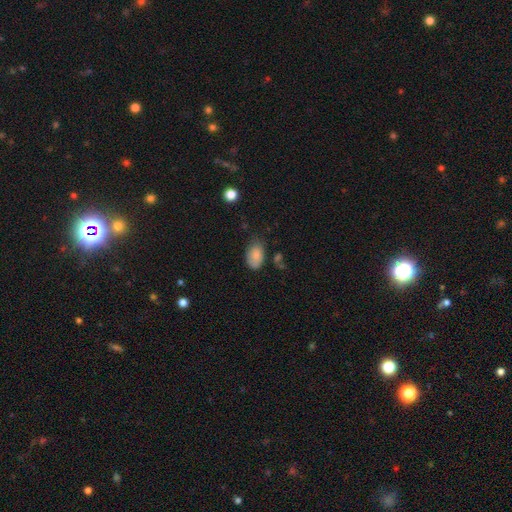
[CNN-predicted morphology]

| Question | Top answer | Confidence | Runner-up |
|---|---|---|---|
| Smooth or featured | smooth | 81% | featured or disk (12%) |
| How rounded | in between | 90% | round (9%) |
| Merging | none | 58% | minor disturbance (31%) |